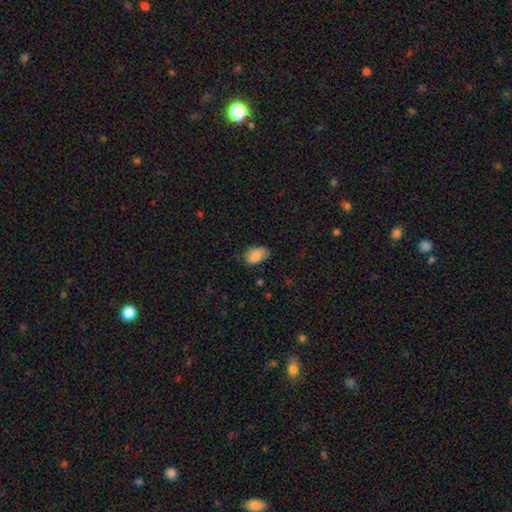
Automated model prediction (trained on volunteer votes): This appears to be a smooth galaxy with no disk features (86%) that is in between round and cigar-shaped (89%). Merging: none (73%).